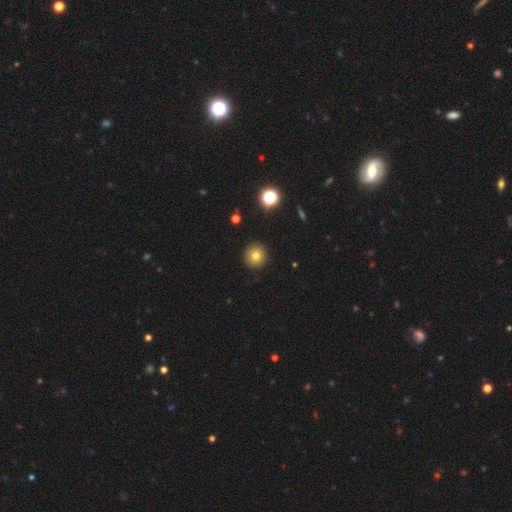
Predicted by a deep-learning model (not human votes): Morphology: type=smooth (78%); roundness=round (93%); merging=none (92%).